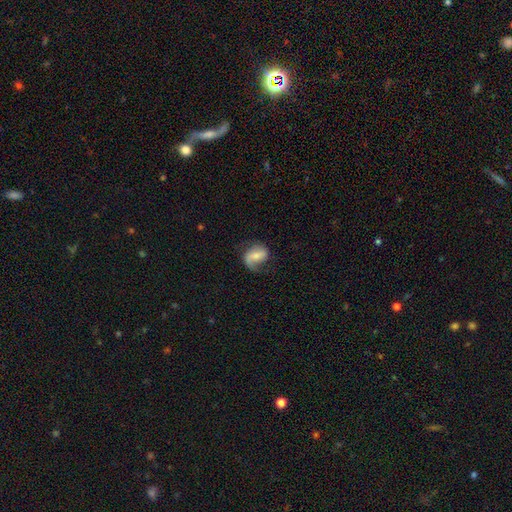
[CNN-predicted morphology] featured or disk 60%, smooth 33%, star or artifact 7%. Down the decision tree: edge-on disk — no (96%); bar — weak (40%); spiral arms — yes (88%); spiral arm count — 2 (55%); spiral winding — loose (49%); bulge size — small (44%); merging — none (53%).